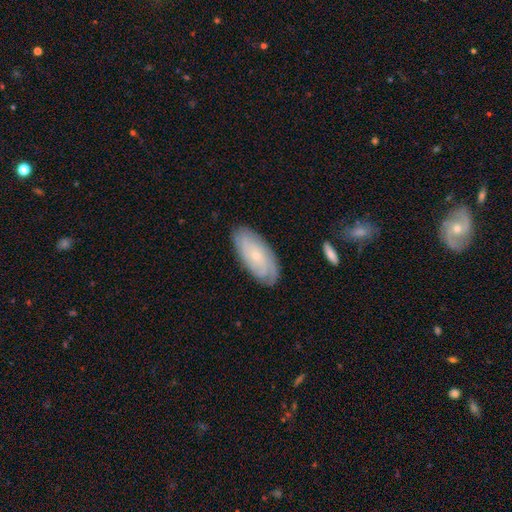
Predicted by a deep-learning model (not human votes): Overall: featured or disk (66%; smooth 27%). Edge-on disk: no (91%). Bar: no (80%). Spiral arms: yes (88%). Spiral arm count: can't tell (54%; 2 15%). Spiral winding: tight (73%). Bulge size: small (81%). Merging: none (81%).